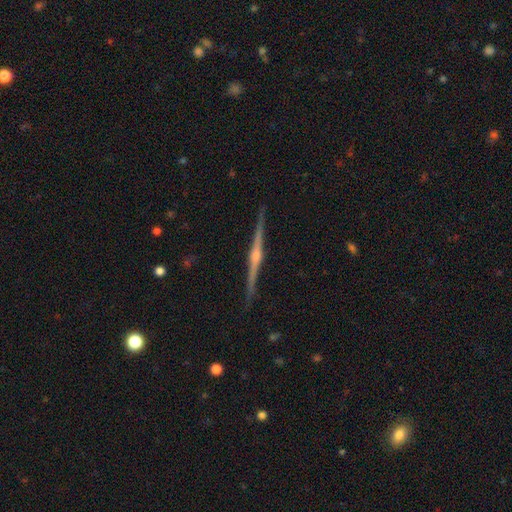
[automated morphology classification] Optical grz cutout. It shows a featured or disk galaxy (88%) viewed edge-on (99%) with a rounded central bulge (88%). Merging: none (92%).